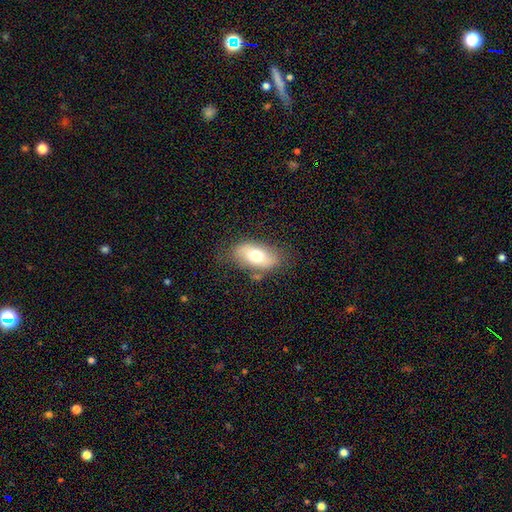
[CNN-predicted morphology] The model was most divided on "smooth or featured": smooth: 67%, featured or disk: 25%, star or artifact: 7%. More confident: how rounded — in between (91%); merging — none (73%).